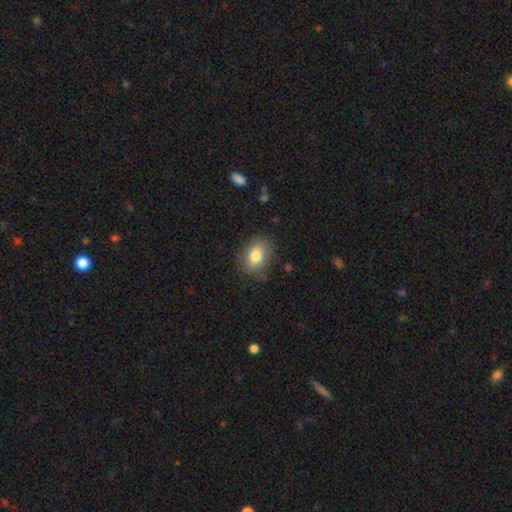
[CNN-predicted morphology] The model was most divided on "how rounded": in between: 76%, round: 22%, cigar-shaped: 2%. More confident: smooth or featured — smooth (78%); merging — none (76%).